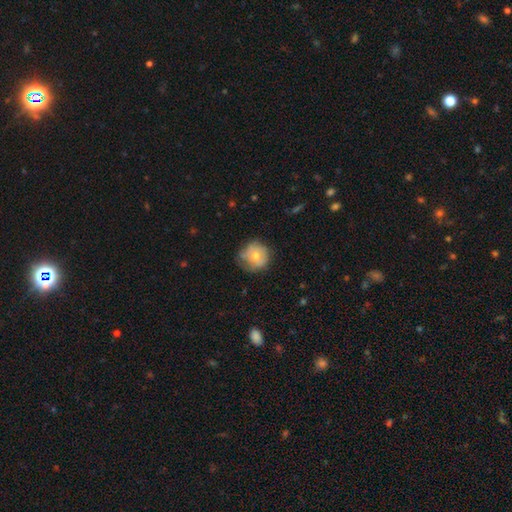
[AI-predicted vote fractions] This appears to be a smooth galaxy with no disk features (61%) that is round (86%). Merging: none (55%).